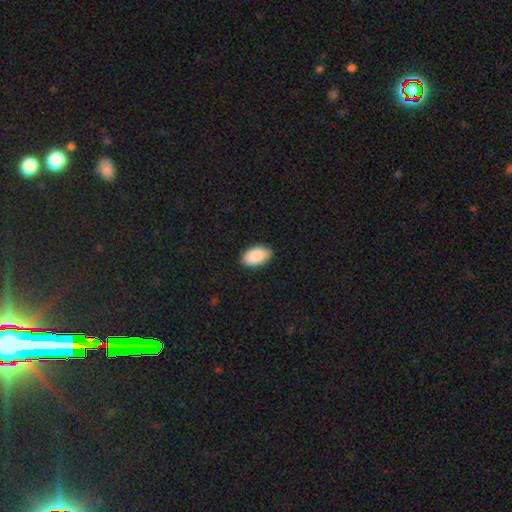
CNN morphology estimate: The model was most divided on "merging": none: 86%, minor disturbance: 11%, major disturbance: 2%, merger: 1%. More confident: how rounded — in between (95%); smooth or featured — smooth (90%).